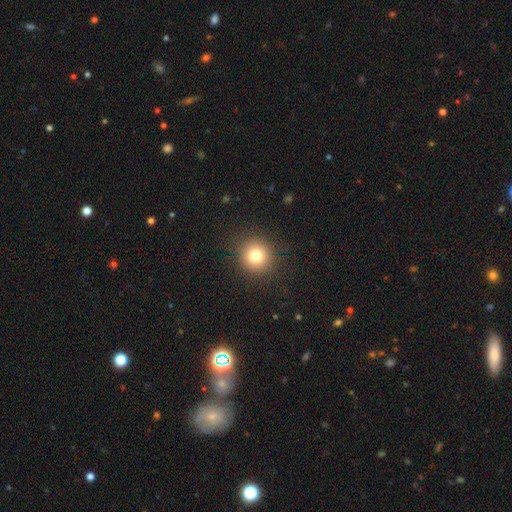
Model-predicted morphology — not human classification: smooth_or_featured: smooth (p=0.79) [alt: star or artifact p=0.13]
how_rounded: round (p=0.93) [alt: in between p=0.06]
merging: none (p=0.91) [alt: minor disturbance p=0.06]